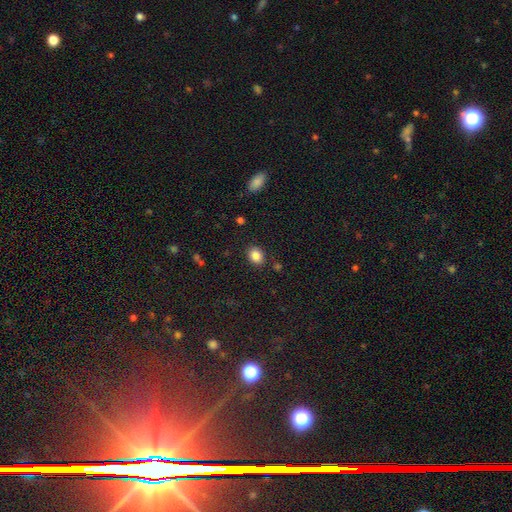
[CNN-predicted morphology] Smooth or featured? smooth (85%)
How rounded? in between (61%)
Merging? none (87%)